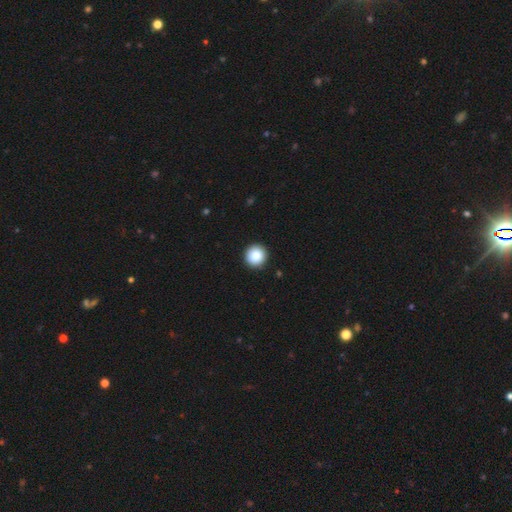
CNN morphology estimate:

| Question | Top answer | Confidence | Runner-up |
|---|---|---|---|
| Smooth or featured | smooth | 88% | star or artifact (8%) |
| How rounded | round | 96% | in between (3%) |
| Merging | none | 93% | minor disturbance (5%) |